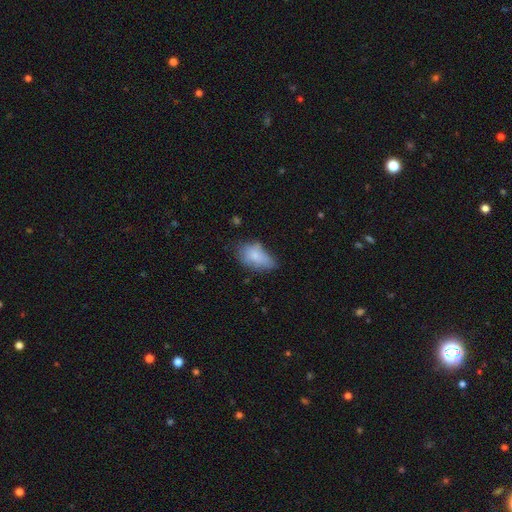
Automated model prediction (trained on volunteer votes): A smooth galaxy with no disk features (73%) that is in between round and cigar-shaped (89%). Merging: none (39%).